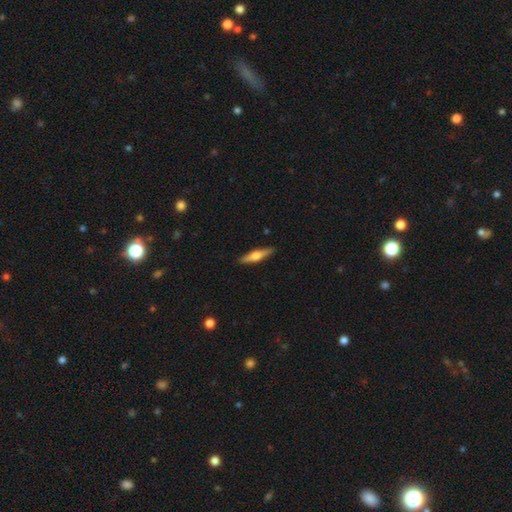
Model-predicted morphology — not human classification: This appears to be a featured or disk galaxy (52%) viewed edge-on (95%). Merging: none (90%).